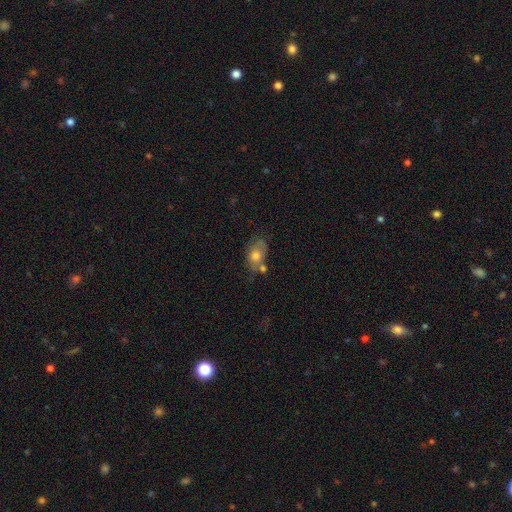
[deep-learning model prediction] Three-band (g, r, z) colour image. It shows a smooth galaxy with no disk features (59%) that is in between round and cigar-shaped (78%). Merging: none (38%).